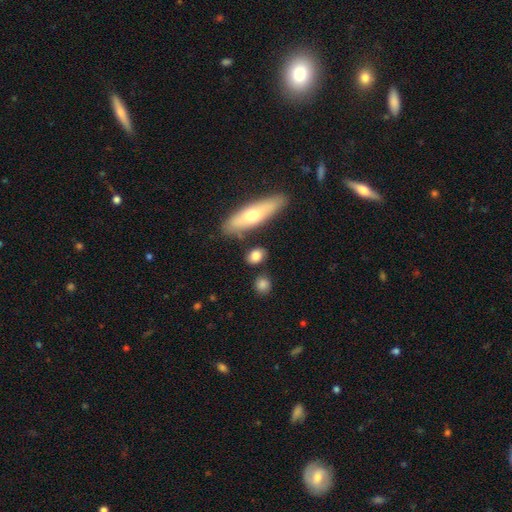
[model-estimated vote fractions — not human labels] smooth 81%, featured or disk 12%, star or artifact 7%. Down the decision tree: how rounded — in between (52%); merging — none (77%).